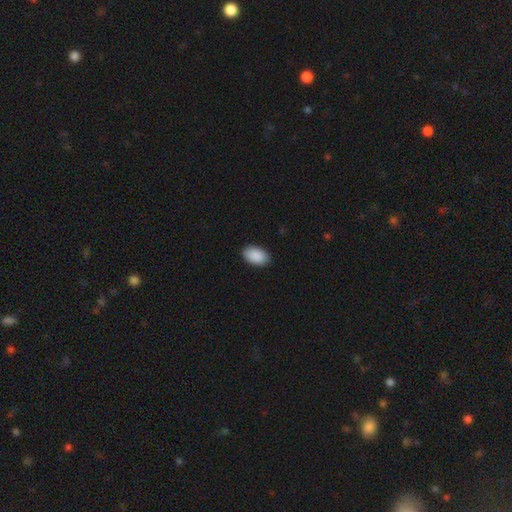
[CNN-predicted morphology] This is clearly a smooth galaxy (91%). How rounded: clearly in between (93%). Merging: clearly none (88%).